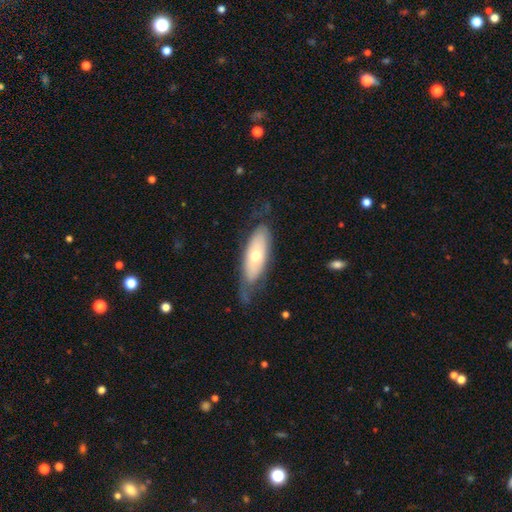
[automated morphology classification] This is possibly a smooth galaxy (47%, tied with featured or disk). Merging: possibly none (58%).